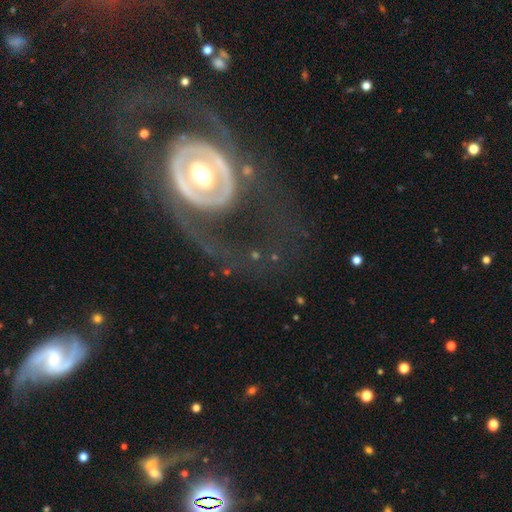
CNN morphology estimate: Smooth or featured? featured or disk (69%)
Edge-on disk? no (90%)
Bar? no (57%)
Spiral arms? no (52%)
Bulge size? moderate (57%)
Merging? none (50%)